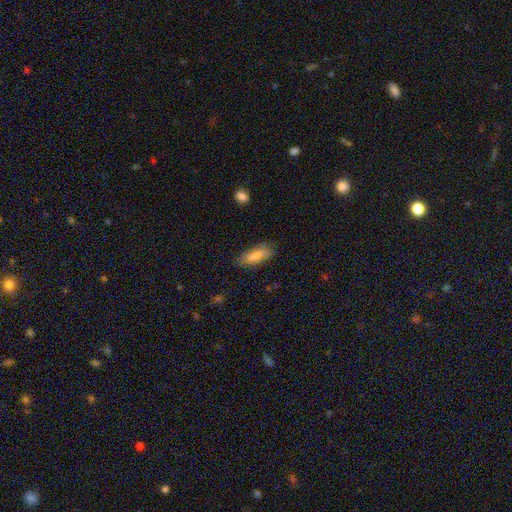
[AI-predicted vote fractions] This appears to be a smooth galaxy with no disk features (81%) that is in between round and cigar-shaped (66%). Merging: none (77%).